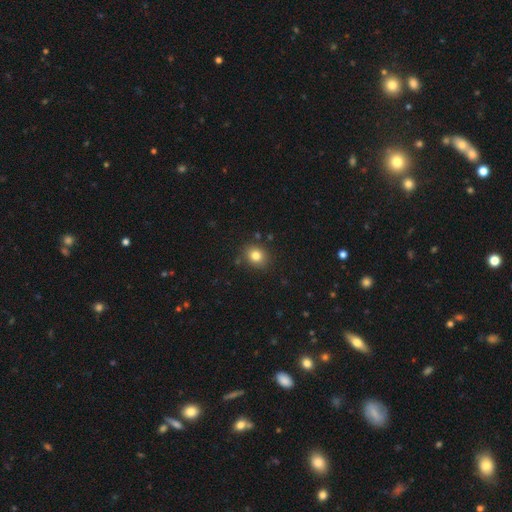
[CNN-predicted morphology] This is clearly a smooth galaxy (81%). How rounded: likely round (67%). Merging: clearly none (85%).